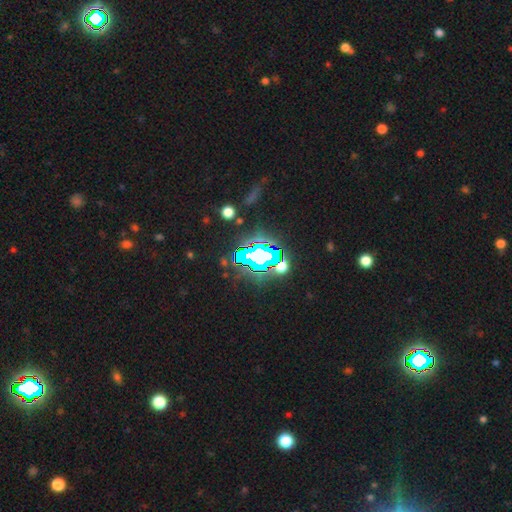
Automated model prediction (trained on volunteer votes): Smooth or featured: star or artifact — 68% (smooth — 18%)